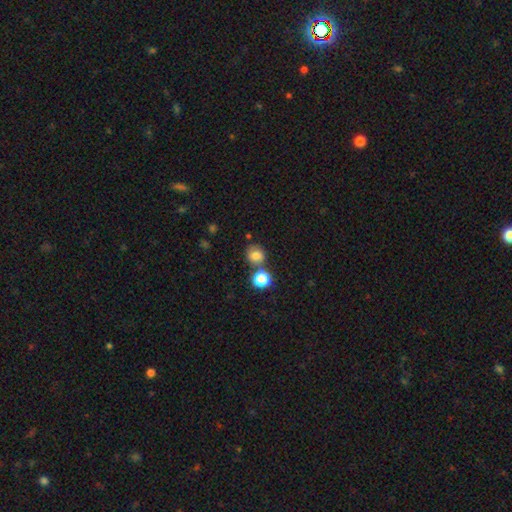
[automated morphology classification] Overall: smooth (78%). How rounded: round (80%). Merging: none (65%).